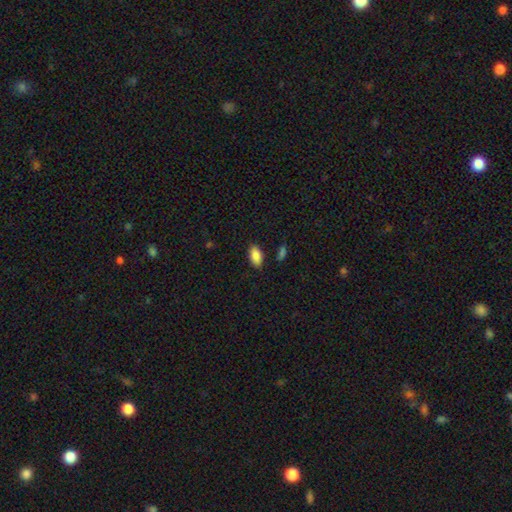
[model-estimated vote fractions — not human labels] A smooth galaxy with no disk features (87%) that is in between round and cigar-shaped (92%).

Vote fractions:
- Smooth or featured? smooth: 87% / star or artifact: 7% / featured or disk: 5%
- How rounded? in between: 92% / cigar-shaped: 5% / round: 3%
- Merging? none: 85% / minor disturbance: 10% / merger: 3% / major disturbance: 2%